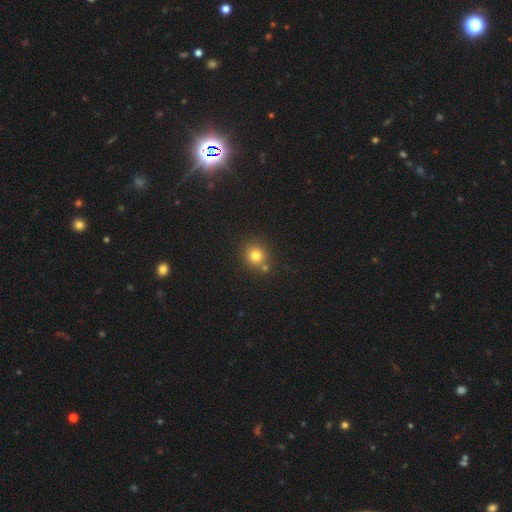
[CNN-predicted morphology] Smooth or featured?
  - smooth: 79% *
  - star or artifact: 14%
  - featured or disk: 7%
How rounded?
  - round: 87% *
  - in between: 12%
  - cigar-shaped: 1%
Merging?
  - none: 75% *
  - merger: 13%
  - minor disturbance: 9%
  - major disturbance: 3%